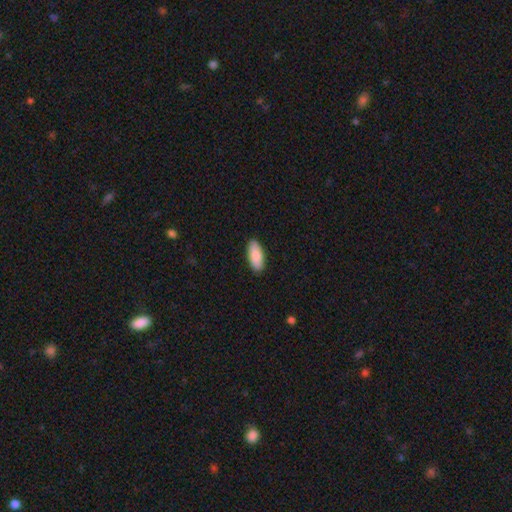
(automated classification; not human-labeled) Overall: smooth (88%). How rounded: in between (84%). Merging: none (89%).